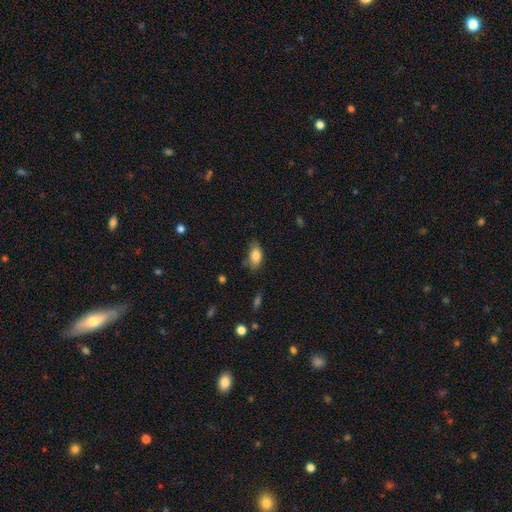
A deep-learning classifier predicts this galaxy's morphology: smooth 83%, featured or disk 9%, star or artifact 8%. Down the decision tree: how rounded — in between (90%); merging — none (63%).